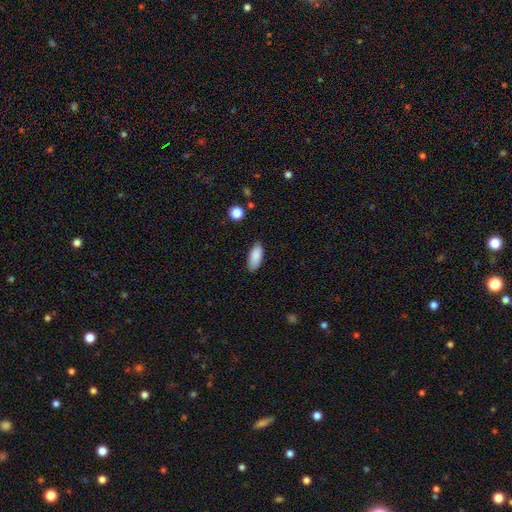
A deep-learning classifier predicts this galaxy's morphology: A smooth galaxy with no disk features (88%) that is in between round and cigar-shaped (86%). Merging: none (80%).